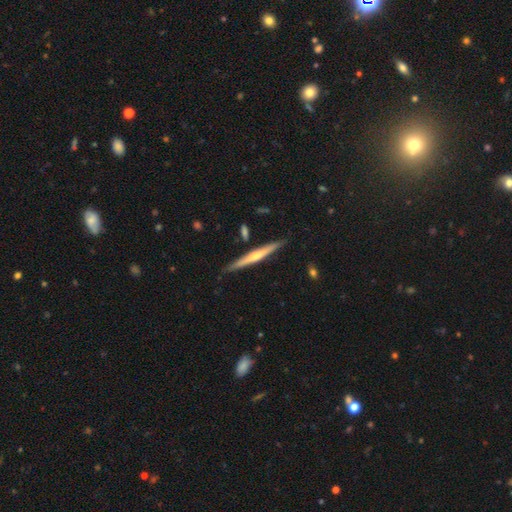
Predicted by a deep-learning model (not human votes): smooth-or-featured: featured or disk: 61% | smooth: 33% | star or artifact: 5%
  disk-edge-on: yes: 97% | no: 3%
    edge-on-bulge: rounded: 63% | none: 30% | boxy: 7%
  merging: none: 85% | minor disturbance: 10% | merger: 3% | major disturbance: 2%